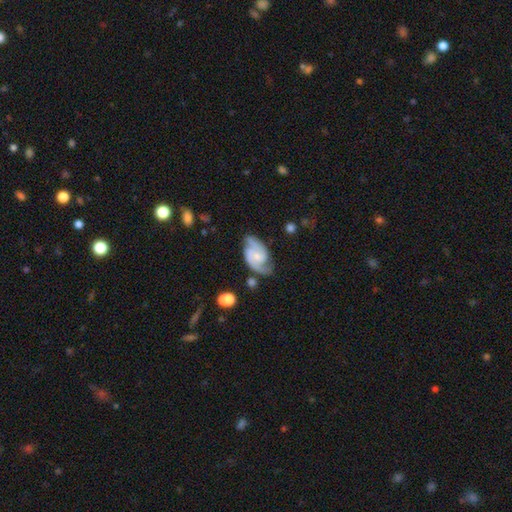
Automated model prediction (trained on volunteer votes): A featured or disk galaxy (85%) with no bar (52%), 2 (86%) medium (52%) spiral arms (97%) and a small central bulge (56%).

Vote fractions:
- Smooth or featured? featured or disk: 85% / smooth: 9% / star or artifact: 5%
- Edge-on disk? no: 97% / yes: 3%
- Bar? no: 52% / weak: 40% / strong: 8%
- Spiral arms? yes: 97% / no: 3%
- Spiral winding? medium: 52% / tight: 30% / loose: 17%
- Spiral arm count? 2: 86% / can't tell: 5% / 3: 5% / 1: 2% / 4: 1% / more than 4: 1%
- Bulge size? small: 56% / moderate: 33% / none: 8% / large: 2% / dominant: 1%
- Merging? none: 69% / minor disturbance: 21% / major disturbance: 7% / merger: 3%